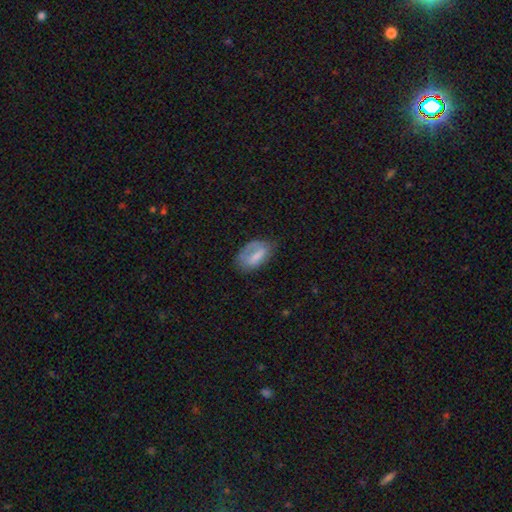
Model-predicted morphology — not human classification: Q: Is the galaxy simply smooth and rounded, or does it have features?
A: smooth — 64%.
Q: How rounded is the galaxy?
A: in between — 89%.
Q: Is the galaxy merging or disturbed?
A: none — 51%.